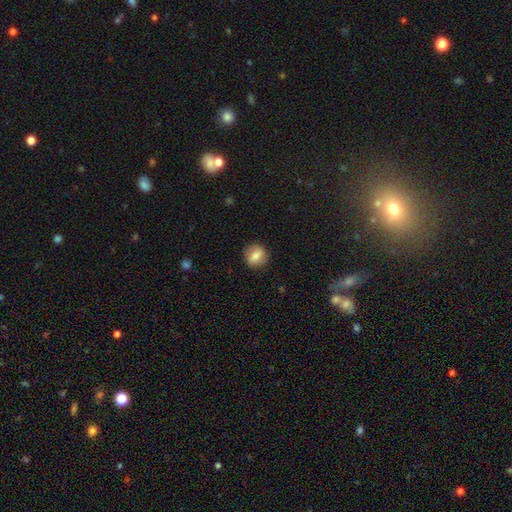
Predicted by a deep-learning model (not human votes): smooth 77%, featured or disk 14%, star or artifact 8%. Down the decision tree: how rounded — round (77%); merging — none (86%).